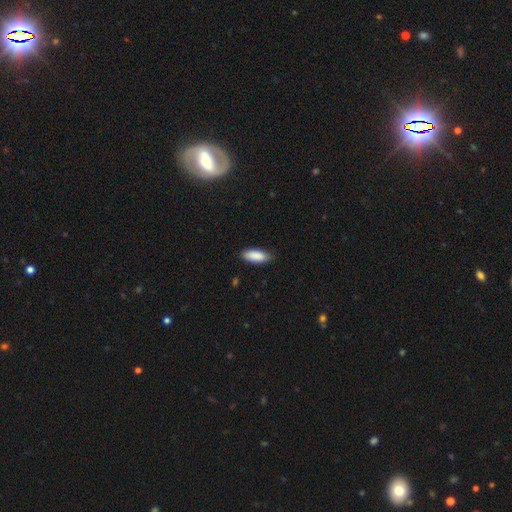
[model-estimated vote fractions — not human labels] The model was most divided on "how rounded": in between: 79%, cigar-shaped: 19%, round: 2%. More confident: smooth or featured — smooth (89%); merging — none (84%).